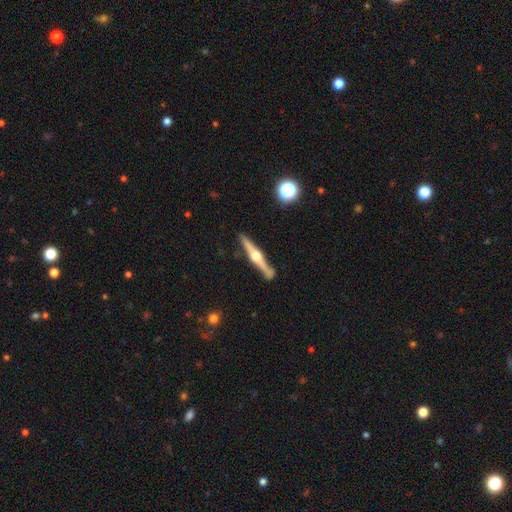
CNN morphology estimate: type=featured or disk (81%); edge-on=yes (98%); edge-on bulge=rounded (95%); merging=none (88%).